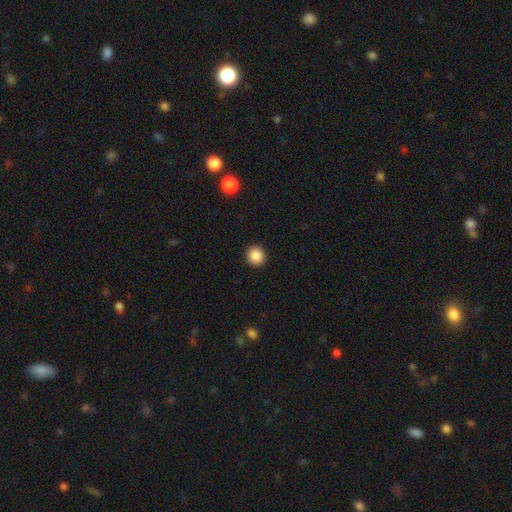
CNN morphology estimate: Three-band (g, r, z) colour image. It shows a smooth galaxy with no disk features (87%) that is round (91%). Merging: none (93%).